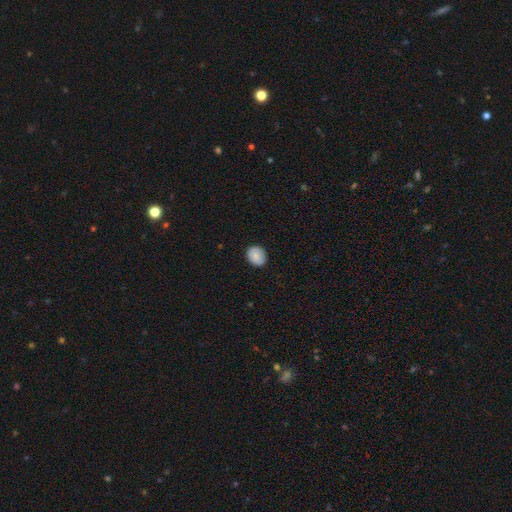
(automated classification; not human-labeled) Q: Smooth or featured?
A: smooth (84%); runner-up: featured or disk (9%)
Q: How rounded?
A: round (66%); runner-up: in between (33%)
Q: Merging?
A: none (86%); runner-up: minor disturbance (11%)